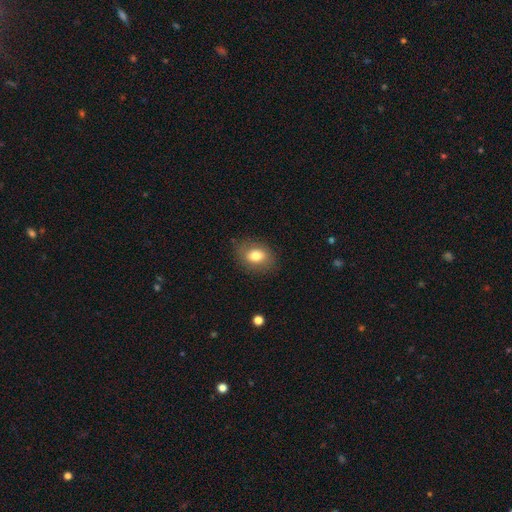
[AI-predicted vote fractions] A smooth galaxy with no disk features (77%) that is in between round and cigar-shaped (71%).

Vote fractions:
- Smooth or featured? smooth: 77% / featured or disk: 14% / star or artifact: 9%
- How rounded? in between: 71% / round: 28% / cigar-shaped: 1%
- Merging? none: 82% / minor disturbance: 13% / major disturbance: 4% / merger: 1%